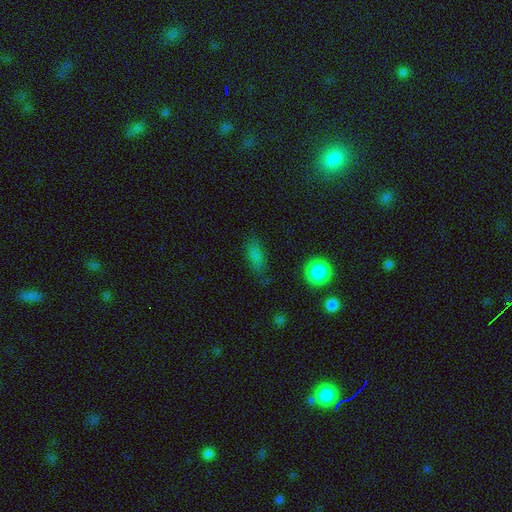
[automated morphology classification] A smooth galaxy with no disk features (77%) that is in between round and cigar-shaped (75%).

Vote fractions:
- Smooth or featured? smooth: 77% / star or artifact: 14% / featured or disk: 9%
- How rounded? in between: 75% / cigar-shaped: 18% / round: 6%
- Merging? none: 71% / minor disturbance: 20% / major disturbance: 7% / merger: 3%